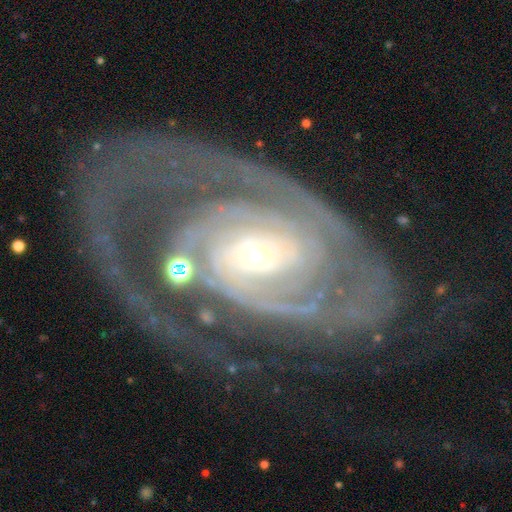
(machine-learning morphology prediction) This appears to be a featured or disk galaxy (91%) with no bar (53%), 2 (59%) tight (58%) spiral arms (97%) and a small central bulge (73%). Merging: none (55%).